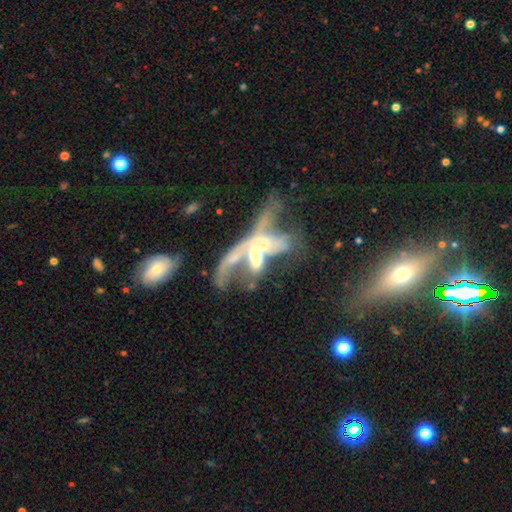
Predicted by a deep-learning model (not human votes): This appears to be a featured or disk galaxy (65%) with no bar (69%), no spiral arms (65%) and a moderate central bulge (49%). Merging: merger (59%).